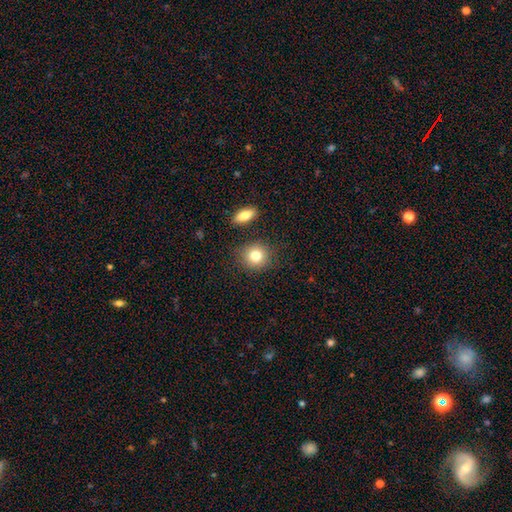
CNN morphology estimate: Smooth or featured? Predicted: smooth (p=0.82). How rounded? Predicted: round (p=0.82). Merging? Predicted: none (p=0.82).